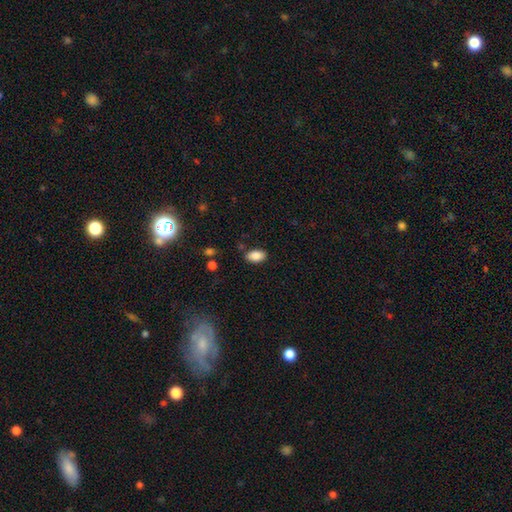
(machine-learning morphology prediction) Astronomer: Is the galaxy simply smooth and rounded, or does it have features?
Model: smooth — 87%.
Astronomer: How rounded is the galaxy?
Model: in between — 92%.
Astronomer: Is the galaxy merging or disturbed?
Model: none — 83%.